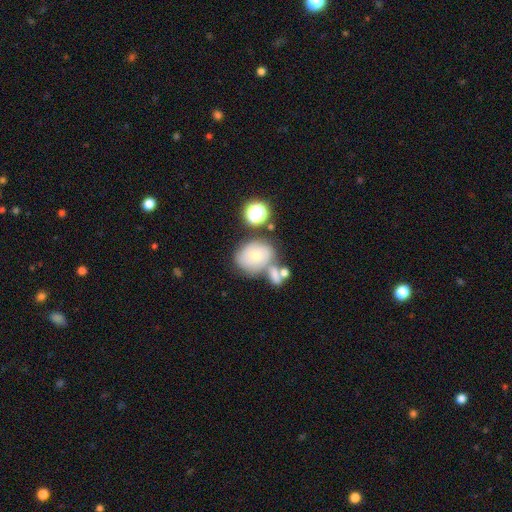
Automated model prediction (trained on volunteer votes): This appears to be a smooth galaxy with no disk features (56%) that is round (54%). Merging: none (47%).